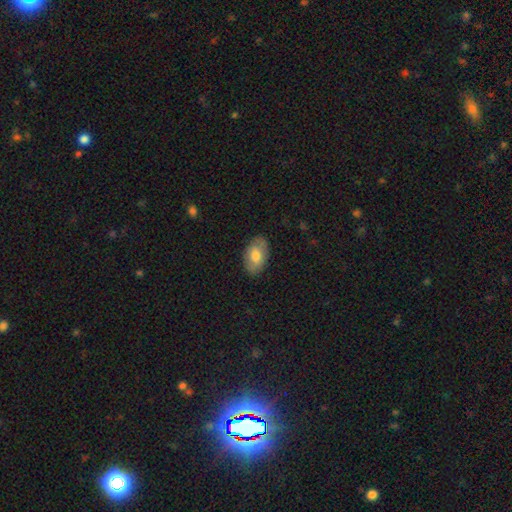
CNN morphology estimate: Q: Smooth or featured?
A: smooth (72%); runner-up: featured or disk (22%)
Q: How rounded?
A: in between (93%); runner-up: round (6%)
Q: Merging?
A: none (84%); runner-up: minor disturbance (12%)